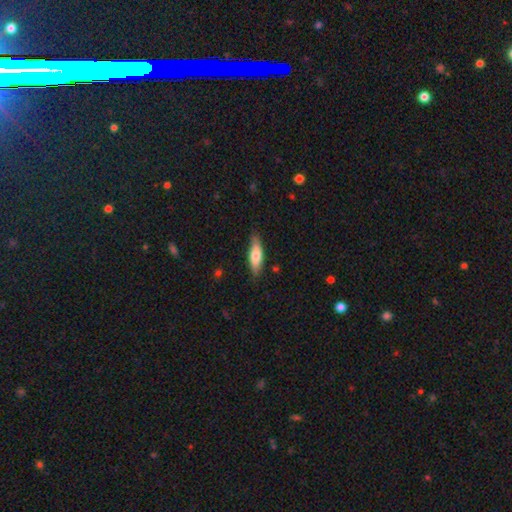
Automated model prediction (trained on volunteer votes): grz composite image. It shows a smooth galaxy with no disk features (68%) that is in between round and cigar-shaped (52%). Merging: none (79%).